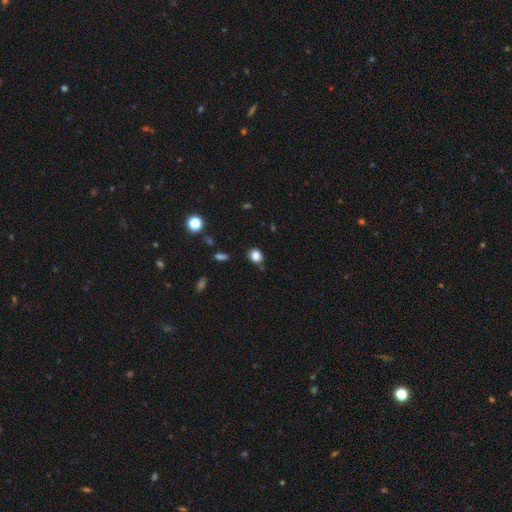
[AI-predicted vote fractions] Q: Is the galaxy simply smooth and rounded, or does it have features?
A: smooth — 83%.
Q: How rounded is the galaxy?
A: round — 61%.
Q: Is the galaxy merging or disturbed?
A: none — 81%.